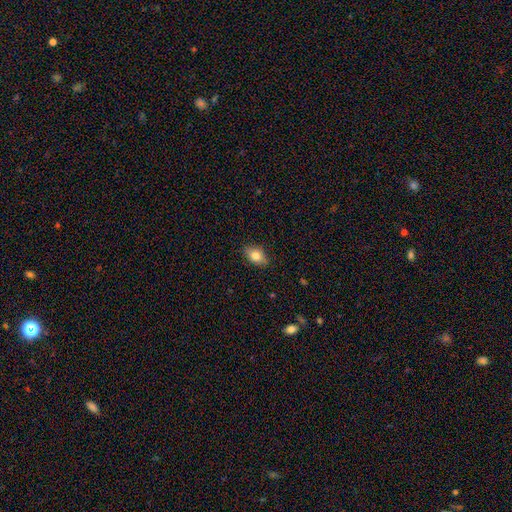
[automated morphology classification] Smooth or featured: smooth — 79% (featured or disk — 13%)
How rounded: in between — 81% (round — 16%)
Merging: none — 83% (minor disturbance — 13%)